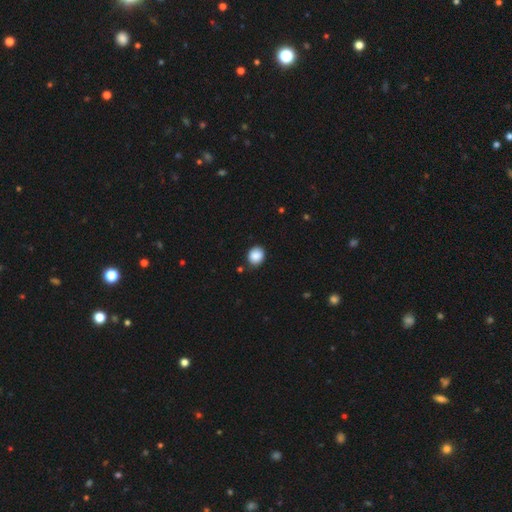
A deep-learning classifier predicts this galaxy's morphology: type=smooth (88%); roundness=round (65%); merging=none (83%).